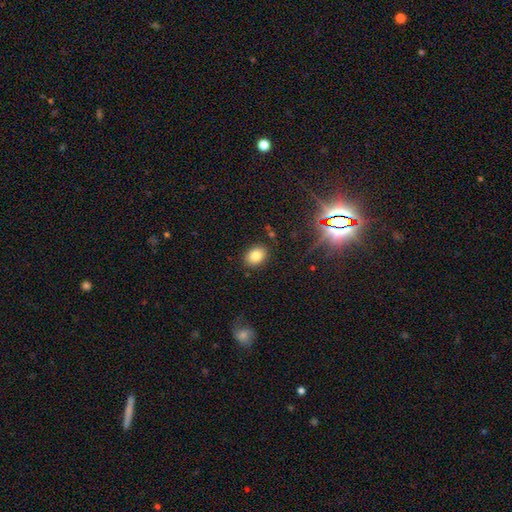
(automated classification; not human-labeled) This is clearly a smooth galaxy (80%). How rounded: likely in between (67%). Merging: clearly none (86%).